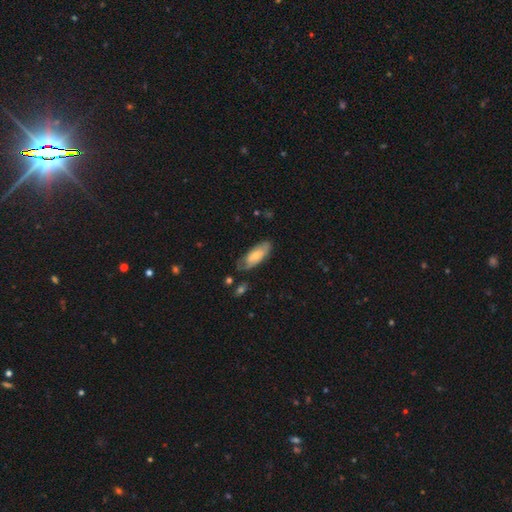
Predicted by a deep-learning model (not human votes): smooth 58%, featured or disk 36%, star or artifact 6%. Down the decision tree: how rounded — in between (79%); merging — none (60%).